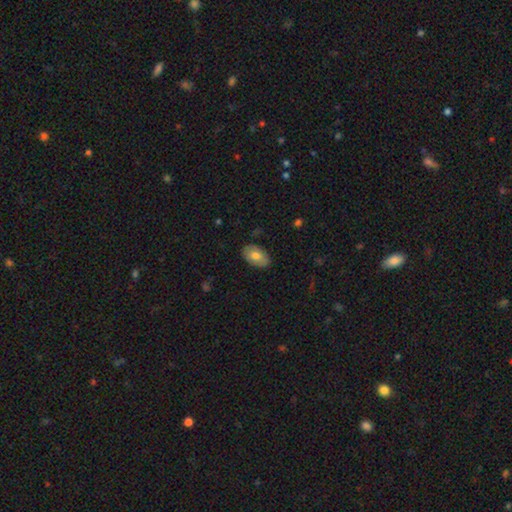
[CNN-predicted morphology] Smooth or featured? smooth (69%)
How rounded? in between (92%)
Merging? none (84%)